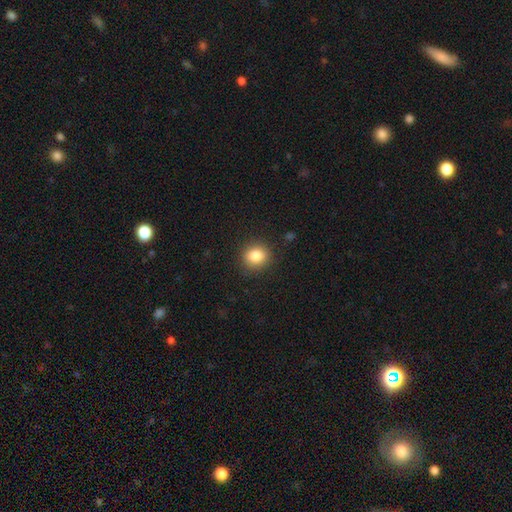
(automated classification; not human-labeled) smooth-or-featured: smooth: 85% | star or artifact: 10% | featured or disk: 5%
  how-rounded: round: 82% | in between: 17% | cigar-shaped: 1%
  merging: none: 88% | minor disturbance: 8% | major disturbance: 3% | merger: 1%